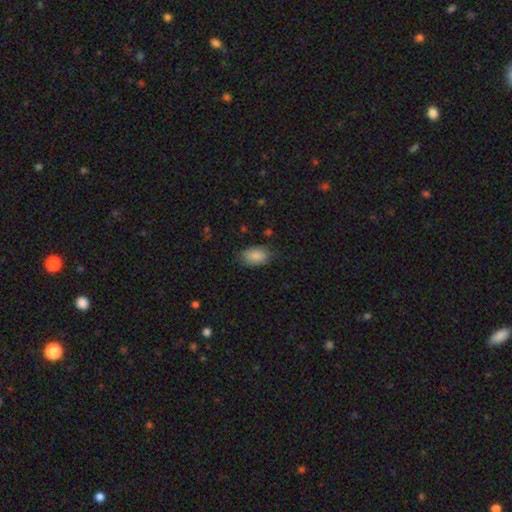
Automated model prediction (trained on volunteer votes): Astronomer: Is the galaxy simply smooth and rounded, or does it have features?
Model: smooth — 86%.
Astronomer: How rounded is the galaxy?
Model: in between — 90%.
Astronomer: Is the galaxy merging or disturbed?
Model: none — 73%.